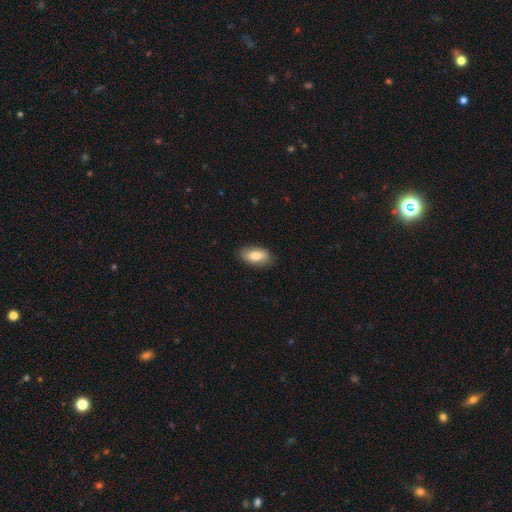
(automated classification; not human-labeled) A smooth galaxy with no disk features (75%) that is in between round and cigar-shaped (90%).

Vote fractions:
- Smooth or featured? smooth: 75% / featured or disk: 18% / star or artifact: 7%
- How rounded? in between: 90% / cigar-shaped: 6% / round: 4%
- Merging? none: 85% / minor disturbance: 12% / major disturbance: 2% / merger: 1%